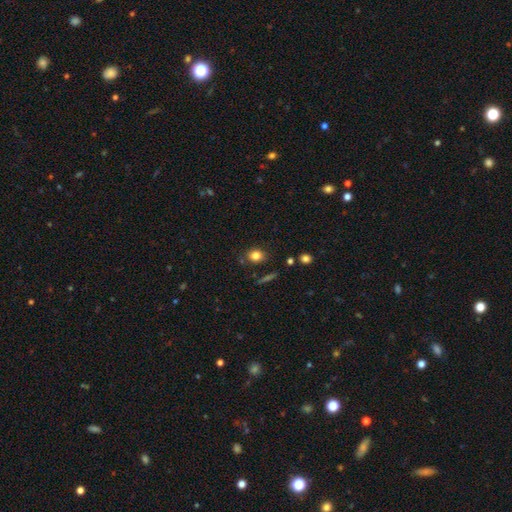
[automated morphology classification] Smooth or featured? smooth (81%)
How rounded? round (58%)
Merging? none (81%)